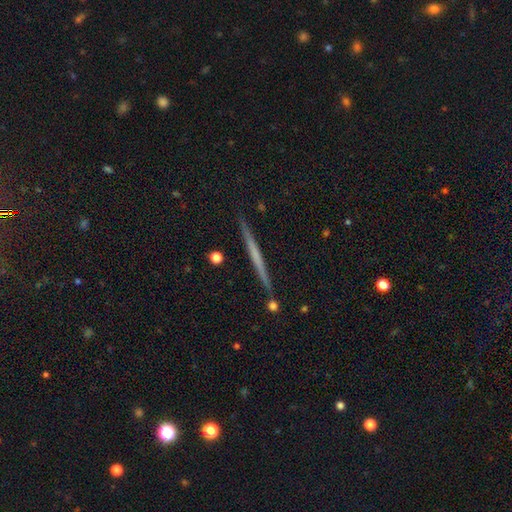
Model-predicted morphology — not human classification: This appears to be a featured or disk galaxy (57%) viewed edge-on (98%) with no central bulge (88%). Merging: none (90%).